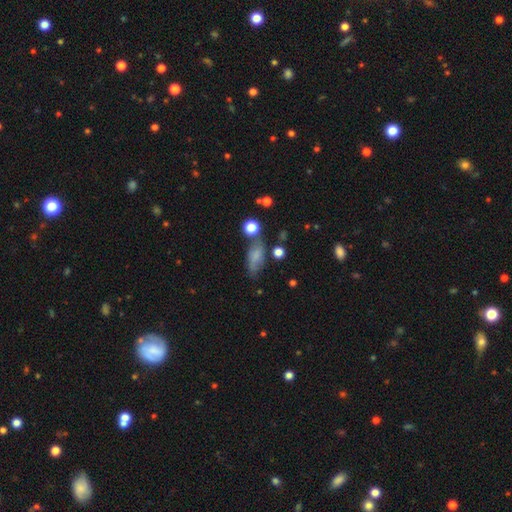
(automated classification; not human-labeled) Smooth or featured? smooth (67%)
How rounded? in between (75%)
Merging? none (57%)